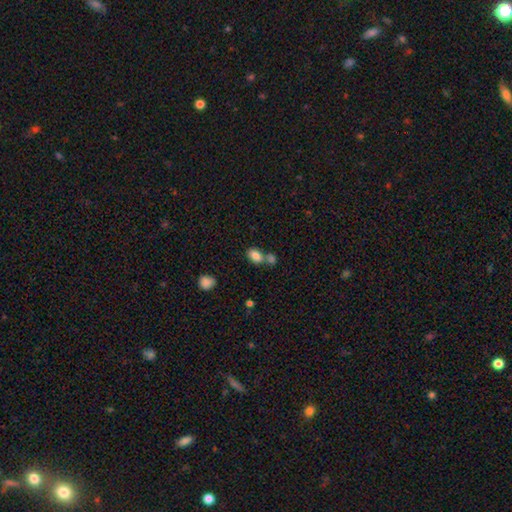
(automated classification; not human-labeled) Overall: smooth (83%). How rounded: in between (83%). Merging: none (47%; merger 39%).